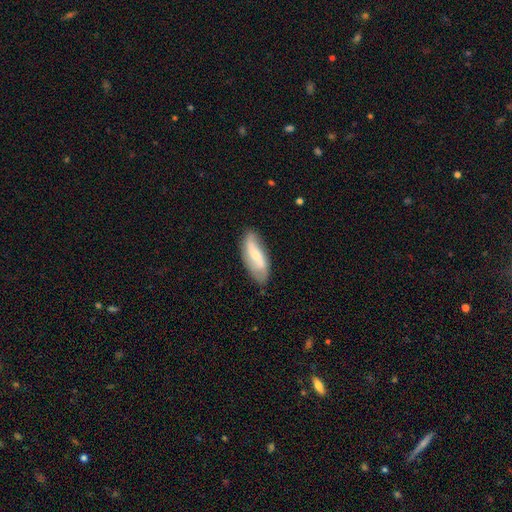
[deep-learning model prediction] smooth_or_featured: featured or disk (p=0.53) [alt: smooth p=0.41]
disk_edge_on: no (p=0.87) [alt: yes p=0.13]
merging: none (p=0.73) [alt: minor disturbance p=0.20]